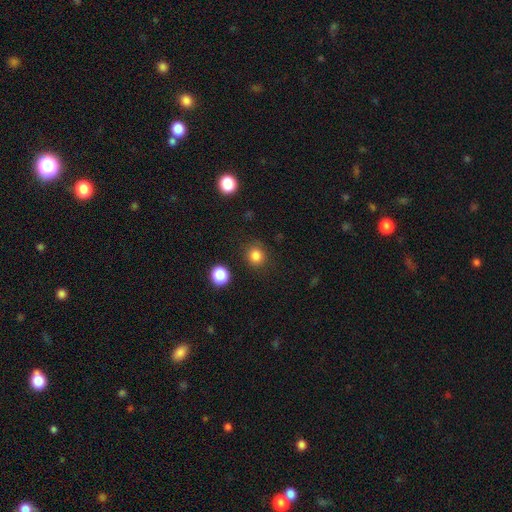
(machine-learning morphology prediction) A smooth galaxy with no disk features (83%) that is round (87%).

Vote fractions:
- Smooth or featured? smooth: 83% / star or artifact: 13% / featured or disk: 4%
- How rounded? round: 87% / in between: 12% / cigar-shaped: 1%
- Merging? none: 87% / minor disturbance: 8% / major disturbance: 3% / merger: 2%